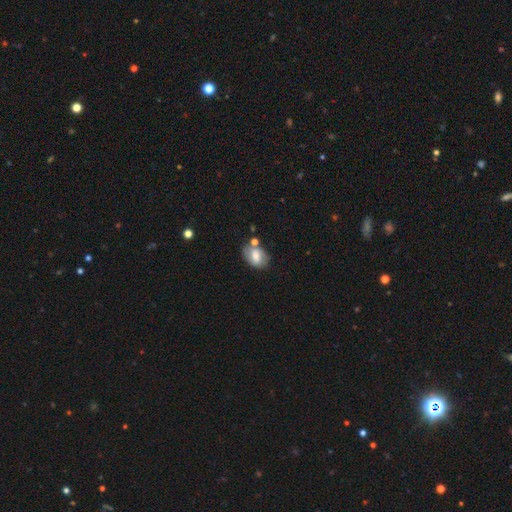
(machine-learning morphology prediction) The model was most divided on "smooth or featured": smooth: 61%, featured or disk: 31%, star or artifact: 8%. More confident: how rounded — in between (77%); merging — none (60%).